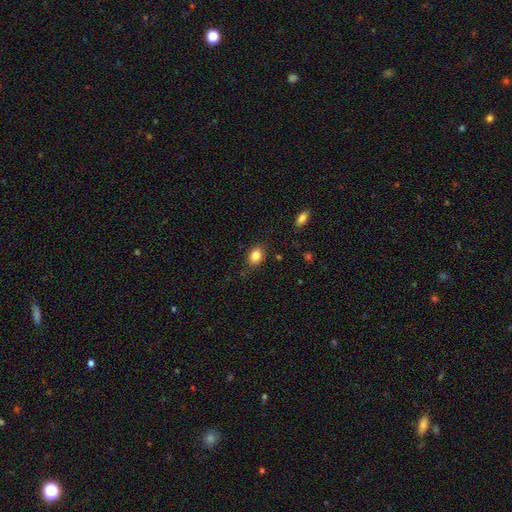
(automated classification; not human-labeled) A smooth galaxy with no disk features (84%) that is in between round and cigar-shaped (67%).

Vote fractions:
- Smooth or featured? smooth: 84% / star or artifact: 9% / featured or disk: 6%
- How rounded? in between: 67% / round: 32% / cigar-shaped: 1%
- Merging? none: 84% / minor disturbance: 12% / major disturbance: 3% / merger: 2%